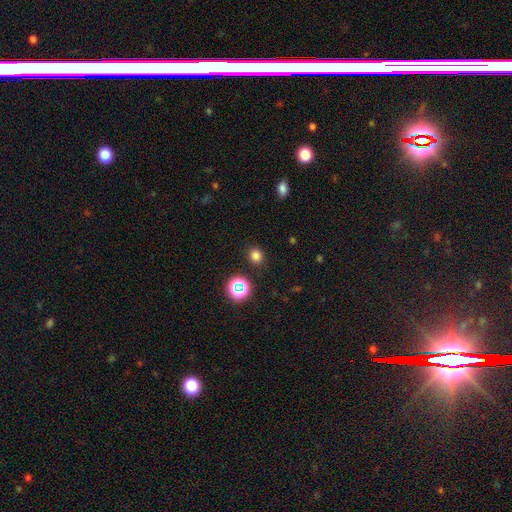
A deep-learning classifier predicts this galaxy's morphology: Overall: smooth (78%). How rounded: round (76%). Merging: none (89%).